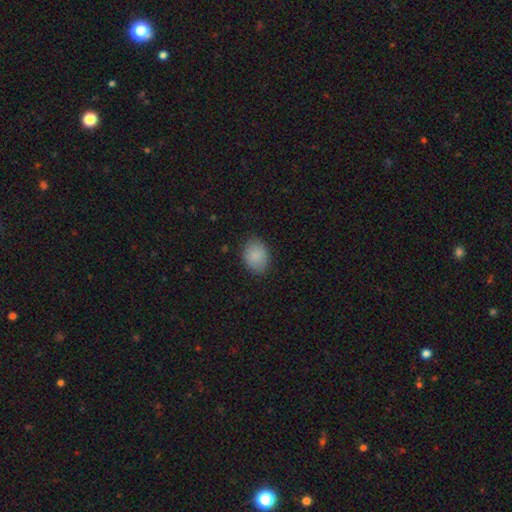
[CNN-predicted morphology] Overall: smooth (88%). How rounded: in between (69%; round 31%). Merging: none (84%).